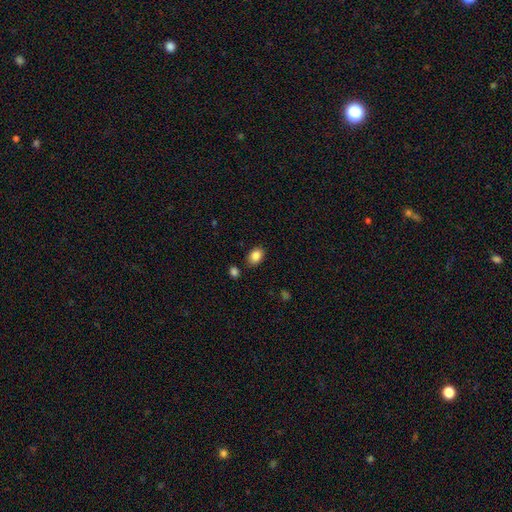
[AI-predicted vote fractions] Smooth or featured? smooth (86%)
How rounded? in between (82%)
Merging? none (84%)